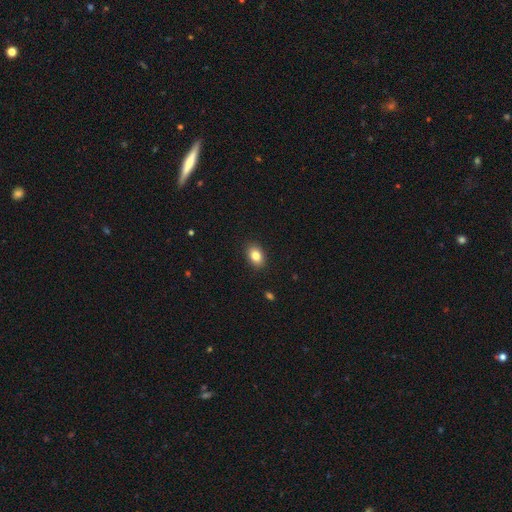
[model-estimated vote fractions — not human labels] This appears to be a smooth galaxy with no disk features (83%) that is in between round and cigar-shaped (82%). Merging: none (90%).